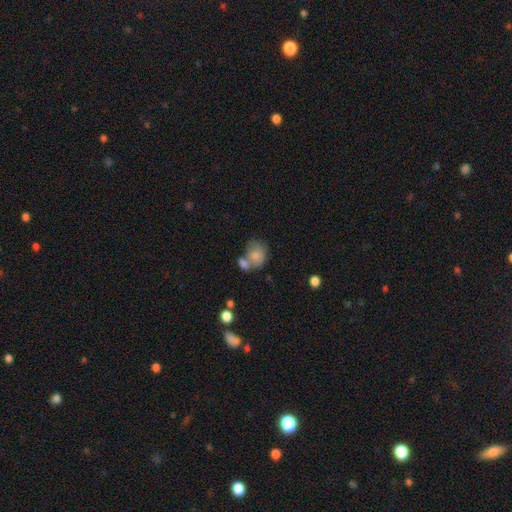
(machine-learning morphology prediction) smooth 77%, featured or disk 15%, star or artifact 8%. Down the decision tree: how rounded — round (51%); merging — merger (44%).